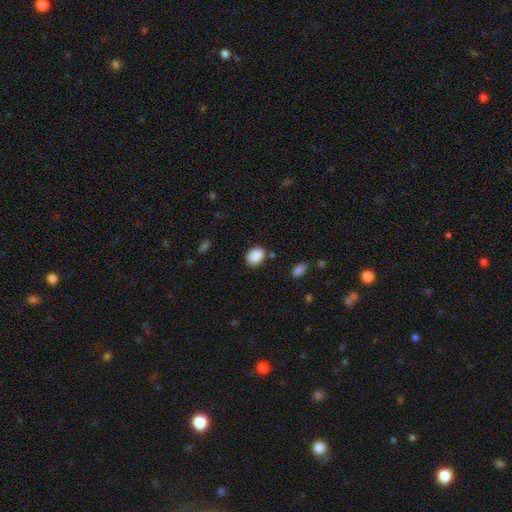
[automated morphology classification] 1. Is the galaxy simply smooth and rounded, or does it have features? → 89% smooth, 8% star or artifact, 3% featured or disk.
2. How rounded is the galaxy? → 67% in between, 32% round, 1% cigar-shaped.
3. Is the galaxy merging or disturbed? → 81% none, 12% minor disturbance, 3% major disturbance, 3% merger.